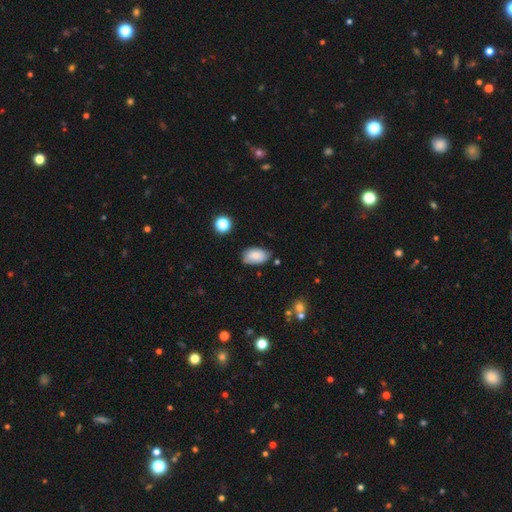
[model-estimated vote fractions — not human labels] Smooth or featured?
  - smooth: 84% *
  - featured or disk: 8%
  - star or artifact: 8%
How rounded?
  - in between: 94% *
  - round: 5%
  - cigar-shaped: 1%
Merging?
  - none: 74% *
  - minor disturbance: 20%
  - major disturbance: 4%
  - merger: 3%